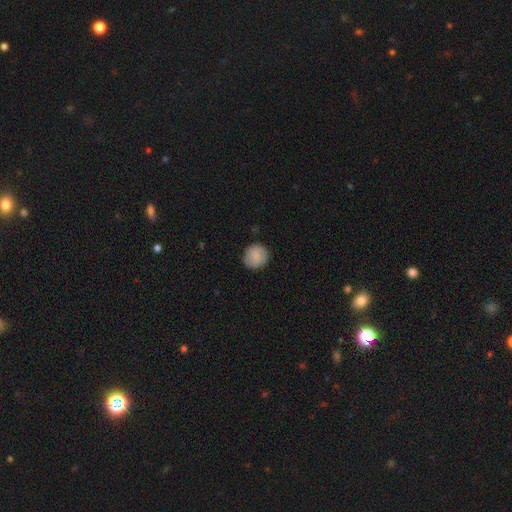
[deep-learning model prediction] Smooth or featured? smooth (83%)
How rounded? round (87%)
Merging? none (84%)